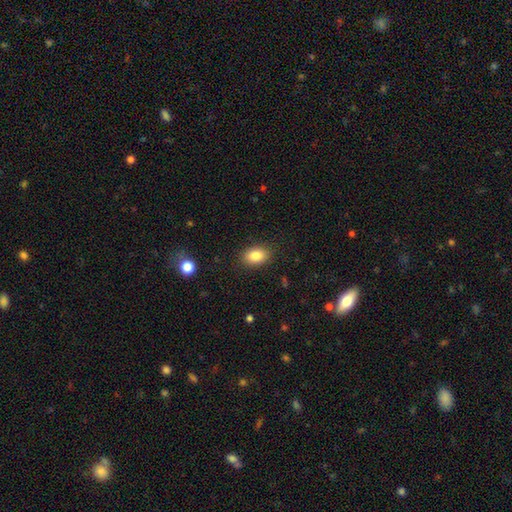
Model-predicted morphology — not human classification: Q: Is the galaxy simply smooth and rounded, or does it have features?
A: smooth — 85%.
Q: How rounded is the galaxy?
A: in between — 84%.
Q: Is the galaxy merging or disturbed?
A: none — 87%.